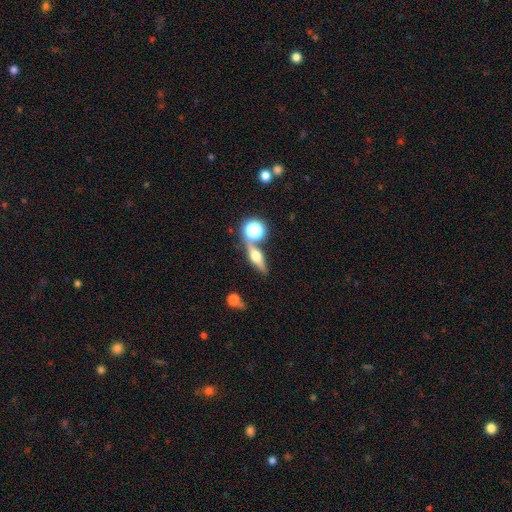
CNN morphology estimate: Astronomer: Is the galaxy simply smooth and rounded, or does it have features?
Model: featured or disk — 55% (runner-up: smooth, 33%).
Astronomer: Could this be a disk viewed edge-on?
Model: yes — 89%.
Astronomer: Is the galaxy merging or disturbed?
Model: none — 70%.